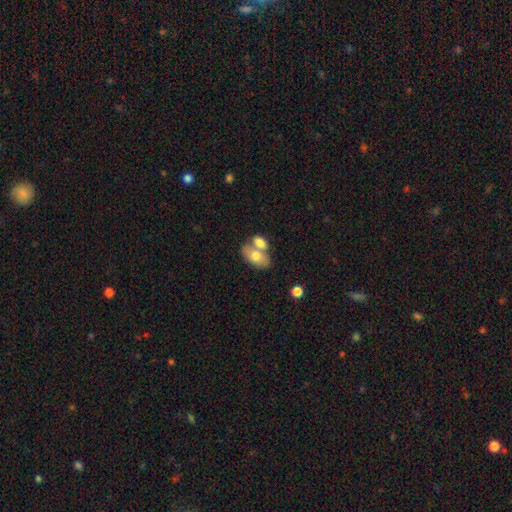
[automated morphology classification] A smooth galaxy with no disk features (71%) that is in between round and cigar-shaped (89%). Merging: merger (56%).